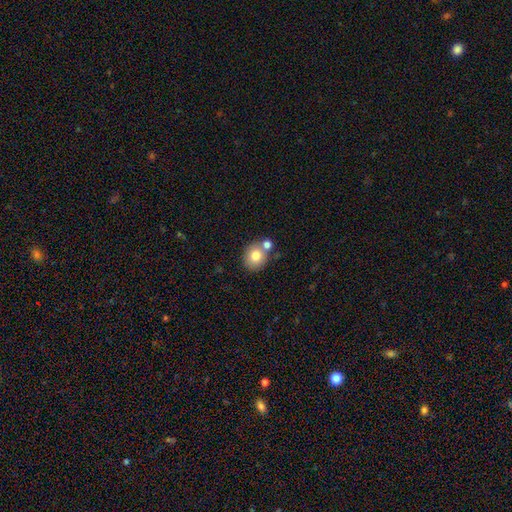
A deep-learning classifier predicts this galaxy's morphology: This is likely a smooth galaxy (79%). How rounded: likely round (69%). Merging: likely none (60%).